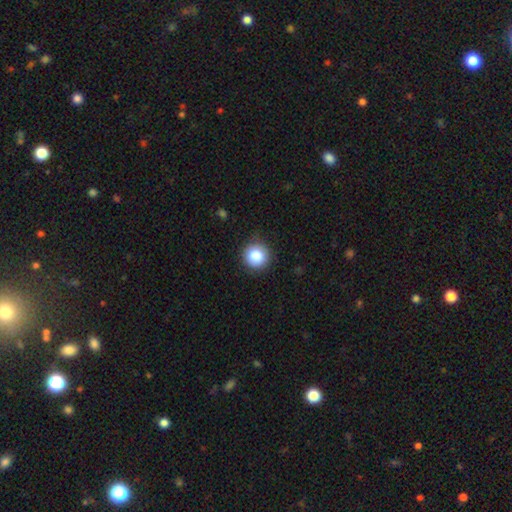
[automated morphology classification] smooth_or_featured: smooth (p=0.86) [alt: star or artifact p=0.09]
how_rounded: round (p=0.94) [alt: in between p=0.06]
merging: none (p=0.86) [alt: minor disturbance p=0.10]